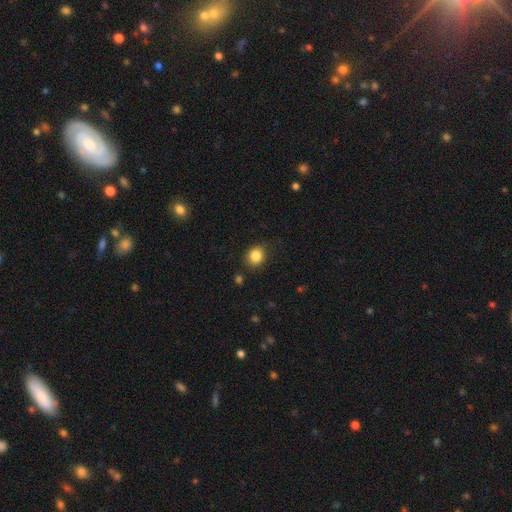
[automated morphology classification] This is clearly a smooth galaxy (85%). How rounded: likely round (72%). Merging: likely none (80%).